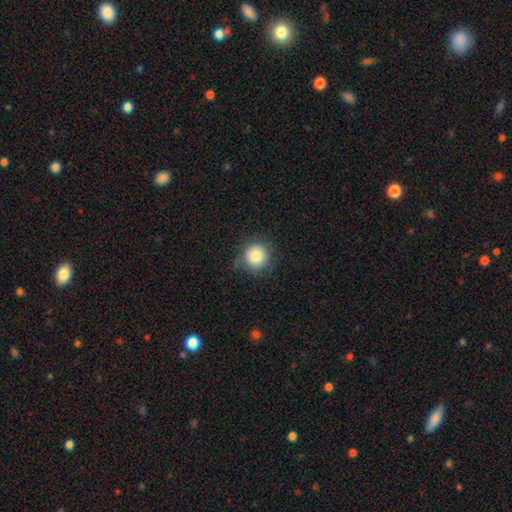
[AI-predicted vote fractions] Smooth or featured? Predicted: smooth (p=0.82). How rounded? Predicted: round (p=0.94). Merging? Predicted: none (p=0.78).